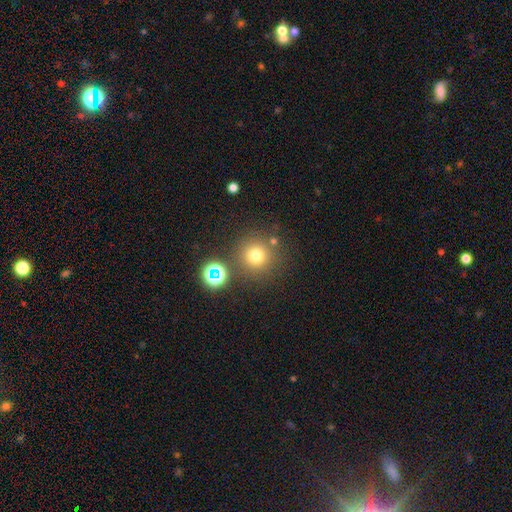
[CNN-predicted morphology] The model was most divided on "smooth or featured": smooth: 73%, star or artifact: 19%, featured or disk: 8%. More confident: how rounded — round (95%); merging — none (82%).